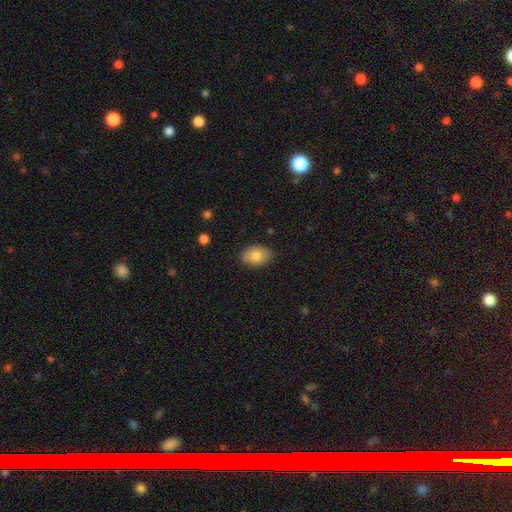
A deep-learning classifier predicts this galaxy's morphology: smooth 81%, featured or disk 12%, star or artifact 7%. Down the decision tree: how rounded — in between (85%); merging — none (82%).